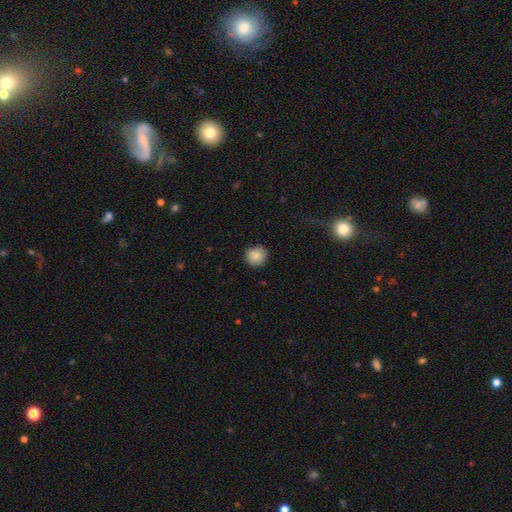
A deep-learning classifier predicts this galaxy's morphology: smooth 86%, star or artifact 9%, featured or disk 5%. Down the decision tree: how rounded — round (91%); merging — none (89%).